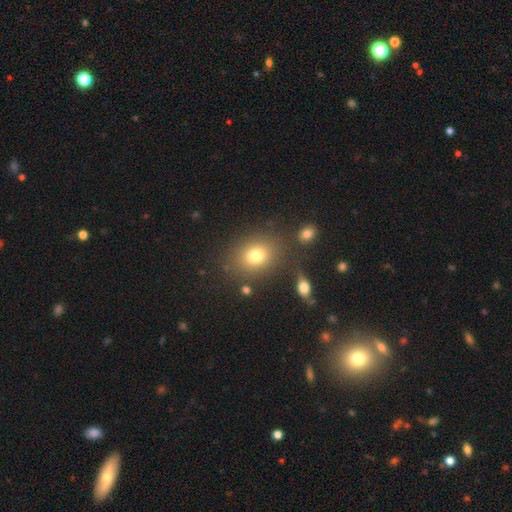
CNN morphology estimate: A smooth galaxy with no disk features (77%) that is round (53%). Merging: none (79%).